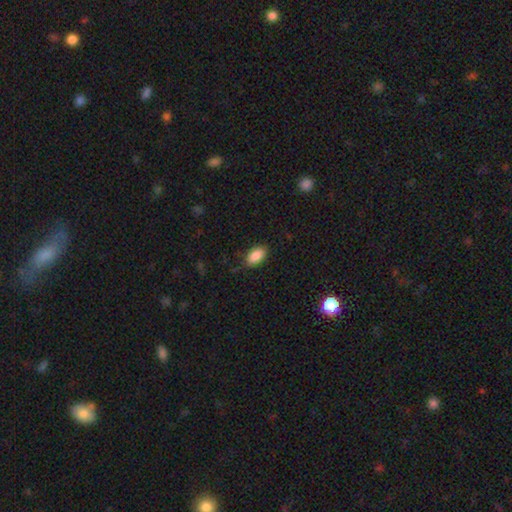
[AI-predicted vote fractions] A smooth galaxy with no disk features (88%) that is in between round and cigar-shaped (92%).

Vote fractions:
- Smooth or featured? smooth: 88% / star or artifact: 7% / featured or disk: 5%
- How rounded? in between: 92% / round: 4% / cigar-shaped: 3%
- Merging? none: 81% / minor disturbance: 14% / major disturbance: 3% / merger: 1%